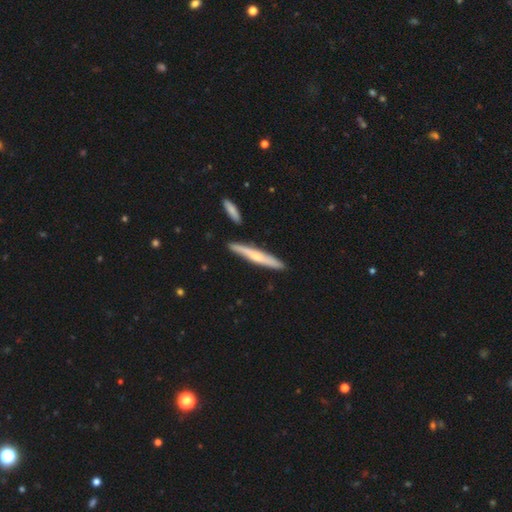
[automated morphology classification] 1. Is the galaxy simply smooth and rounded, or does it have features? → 49% smooth, 45% featured or disk, 6% star or artifact.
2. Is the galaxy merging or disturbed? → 85% none, 10% minor disturbance, 4% merger, 2% major disturbance.